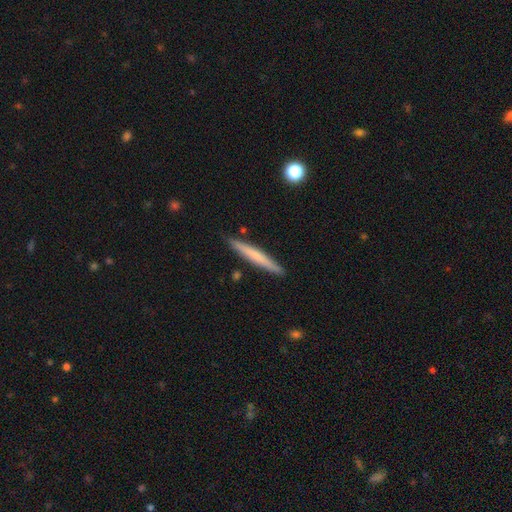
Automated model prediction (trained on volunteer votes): smooth_or_featured: smooth (p=0.60) [alt: featured or disk p=0.35]
how_rounded: cigar-shaped (p=0.96) [alt: in between p=0.03]
merging: none (p=0.90) [alt: minor disturbance p=0.07]